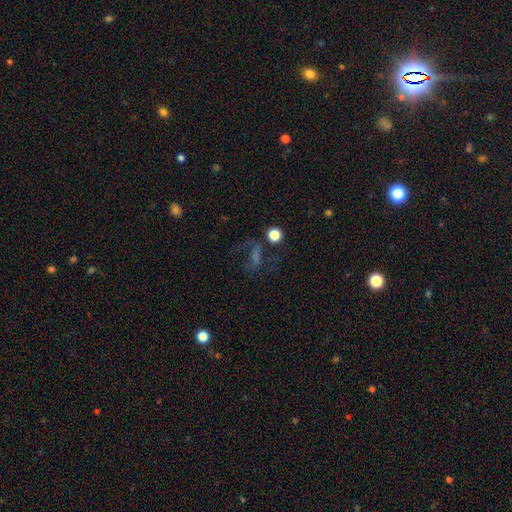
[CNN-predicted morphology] This appears to be a featured or disk galaxy (37%). Merging: none (54%).